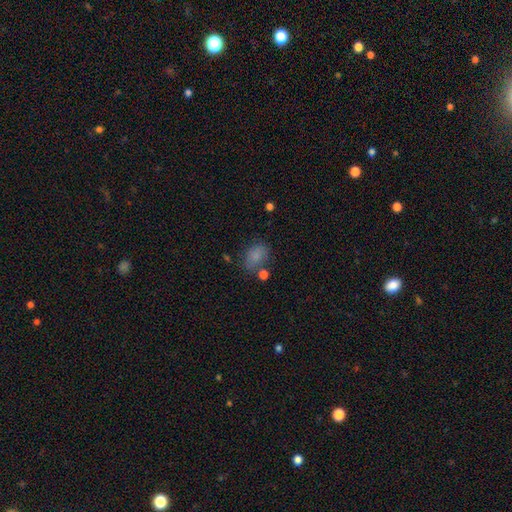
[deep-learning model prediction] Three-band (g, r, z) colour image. It shows a smooth galaxy with no disk features (79%) that is in between round and cigar-shaped (72%). Merging: none (61%).